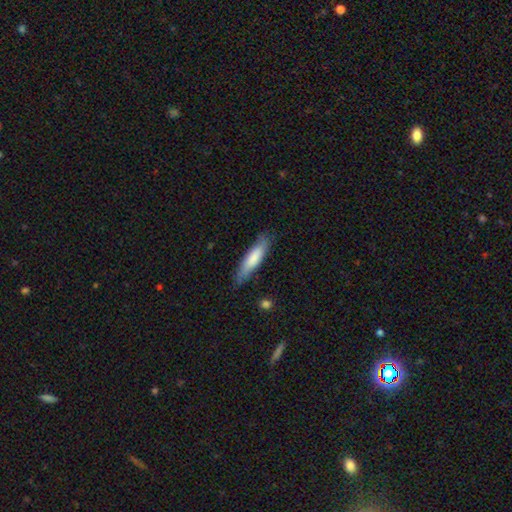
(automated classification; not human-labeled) Smooth or featured: smooth — 73% (featured or disk — 21%)
How rounded: cigar-shaped — 79% (in between — 20%)
Merging: none — 78% (minor disturbance — 17%)